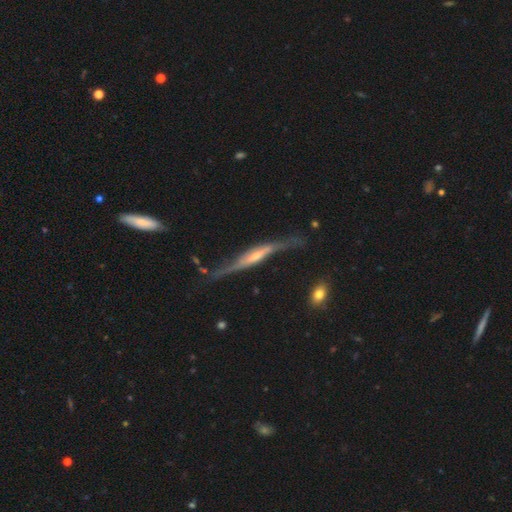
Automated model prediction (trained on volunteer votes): smooth_or_featured: featured or disk (p=0.80) [alt: smooth p=0.14]
disk_edge_on: yes (p=0.78) [alt: no p=0.22]
edge_on_bulge: rounded (p=0.49) [alt: boxy p=0.26]
merging: none (p=0.57) [alt: minor disturbance p=0.26]